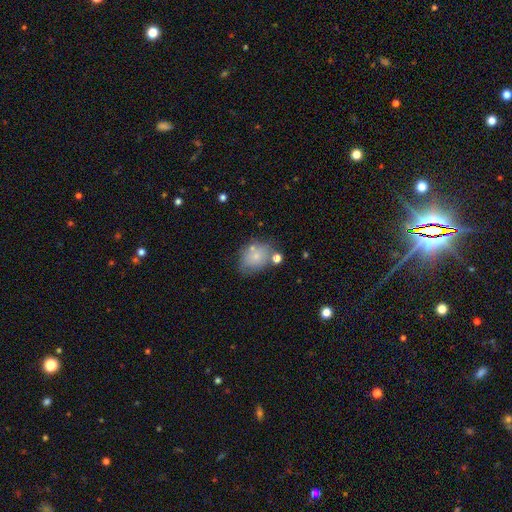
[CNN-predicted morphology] A smooth galaxy with no disk features (76%) that is in between round and cigar-shaped (63%).

Vote fractions:
- Smooth or featured? smooth: 76% / featured or disk: 15% / star or artifact: 10%
- How rounded? in between: 63% / round: 36% / cigar-shaped: 1%
- Merging? none: 60% / minor disturbance: 20% / merger: 13% / major disturbance: 7%